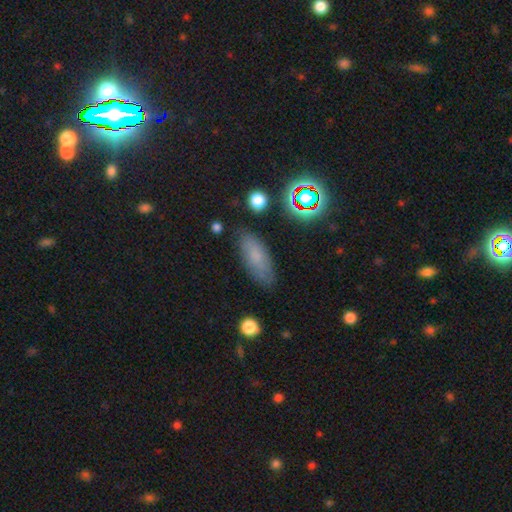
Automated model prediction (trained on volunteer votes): Smooth or featured?
  - smooth: 69% *
  - featured or disk: 17%
  - star or artifact: 14%
How rounded?
  - in between: 74% *
  - cigar-shaped: 22%
  - round: 3%
Merging?
  - none: 77% *
  - minor disturbance: 16%
  - major disturbance: 4%
  - merger: 2%